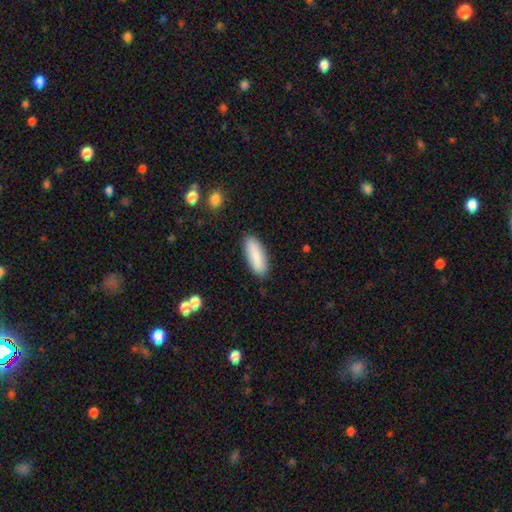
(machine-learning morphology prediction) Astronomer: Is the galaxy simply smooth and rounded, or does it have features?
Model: smooth — 85%.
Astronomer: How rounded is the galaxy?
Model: in between — 60% (runner-up: cigar-shaped, 38%).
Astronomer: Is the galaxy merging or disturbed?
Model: none — 88%.